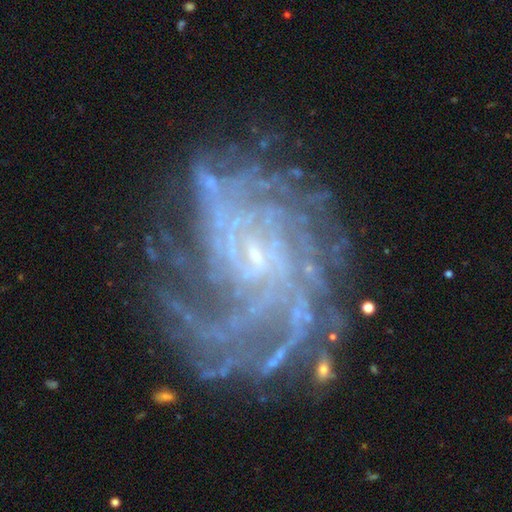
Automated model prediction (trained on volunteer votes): A featured or disk galaxy (89%) with no bar (64%), more than 4 (29%) tight (63%) spiral arms (98%) and a small central bulge (83%). Merging: none (70%).